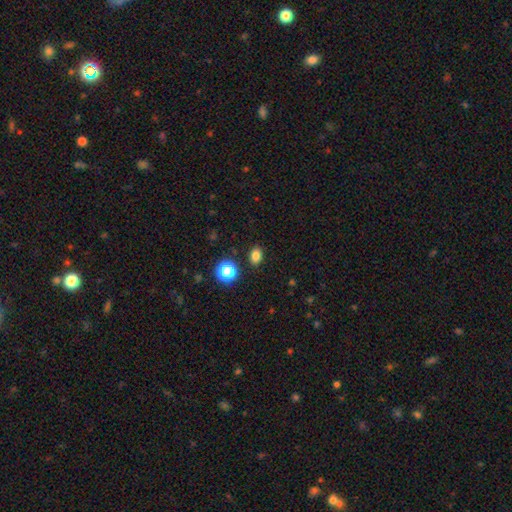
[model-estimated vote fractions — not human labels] This is clearly a smooth galaxy (80%). How rounded: likely in between (69%). Merging: clearly none (87%).